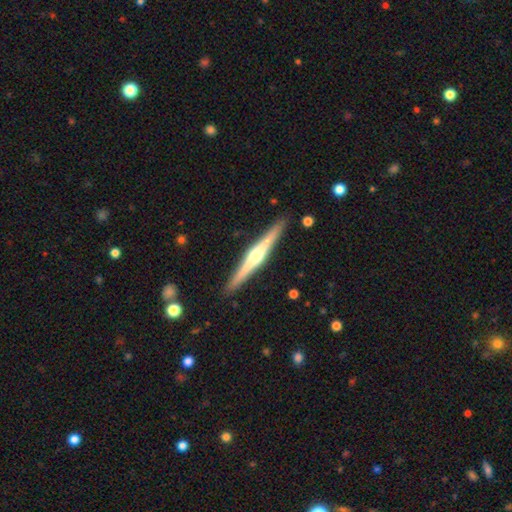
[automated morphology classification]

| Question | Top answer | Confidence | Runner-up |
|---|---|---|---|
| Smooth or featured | featured or disk | 78% | smooth (17%) |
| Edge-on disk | yes | 98% | no (2%) |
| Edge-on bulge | rounded | 90% | boxy (5%) |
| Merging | none | 91% | minor disturbance (6%) |